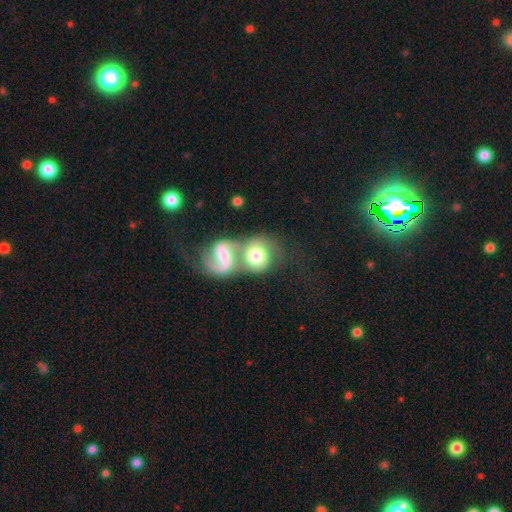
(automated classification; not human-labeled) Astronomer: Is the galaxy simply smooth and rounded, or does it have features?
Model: smooth — 47% (runner-up: featured or disk, 46%).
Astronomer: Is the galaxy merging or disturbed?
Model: merger — 67%.